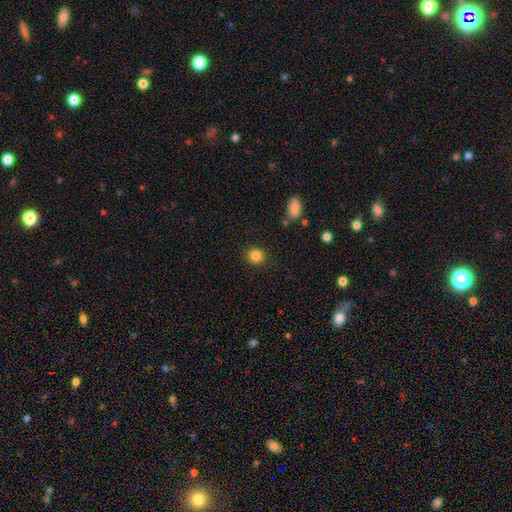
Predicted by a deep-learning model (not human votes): Q: Smooth or featured?
A: smooth (85%); runner-up: star or artifact (10%)
Q: How rounded?
A: round (84%); runner-up: in between (15%)
Q: Merging?
A: none (88%); runner-up: minor disturbance (8%)